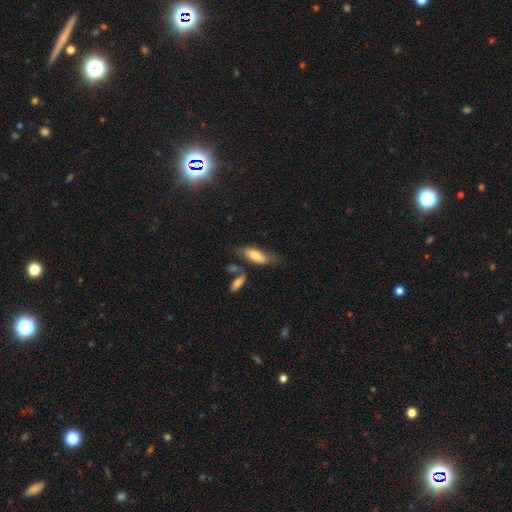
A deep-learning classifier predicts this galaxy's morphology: smooth 68%, featured or disk 25%, star or artifact 7%. Down the decision tree: how rounded — in between (69%); merging — none (49%).